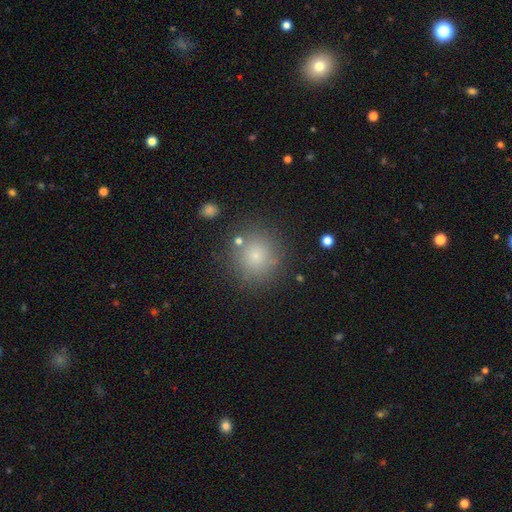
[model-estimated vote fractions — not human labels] The model was most divided on "smooth or featured": smooth: 76%, star or artifact: 14%, featured or disk: 10%. More confident: how rounded — round (92%); merging — none (81%).